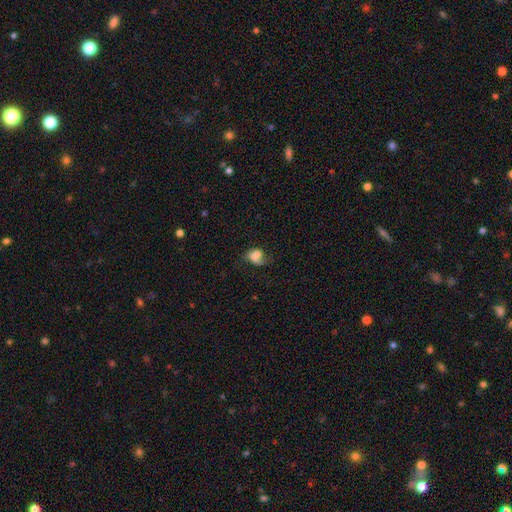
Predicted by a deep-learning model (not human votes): This is possibly a smooth galaxy (50%). Merging: marginally none (37%).